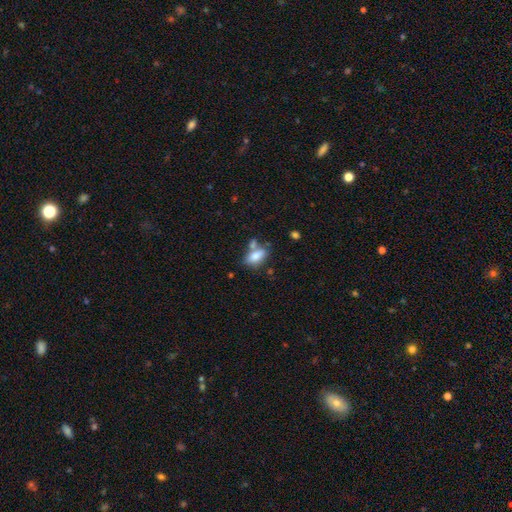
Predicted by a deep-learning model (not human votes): smooth 79%, featured or disk 12%, star or artifact 8%. Down the decision tree: how rounded — in between (87%); merging — none (50%).